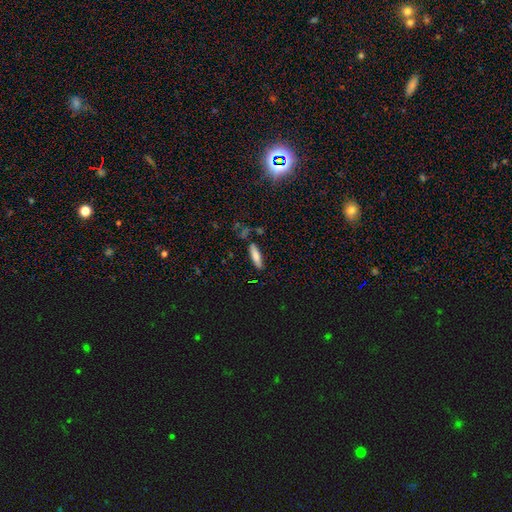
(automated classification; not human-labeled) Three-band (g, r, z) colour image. It shows a smooth galaxy with no disk features (77%) that is cigar-shaped (66%). Merging: none (80%).